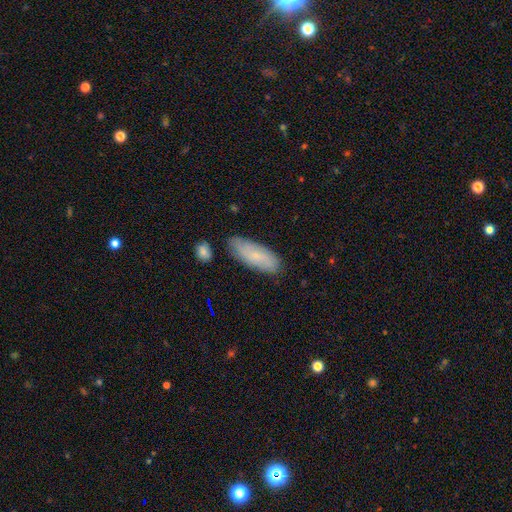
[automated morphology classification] Smooth or featured? Predicted: smooth (p=0.65). How rounded? Predicted: in between (p=0.73). Merging? Predicted: none (p=0.78).